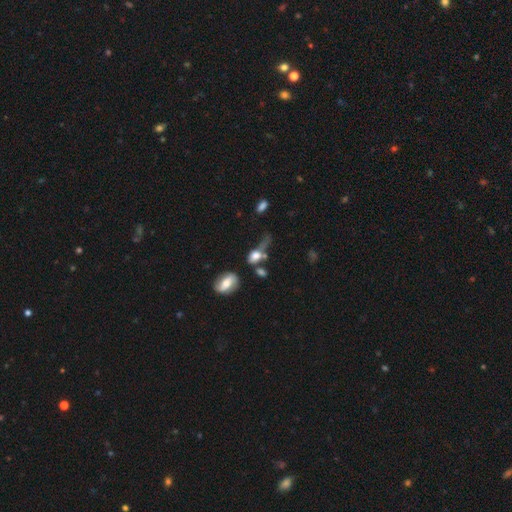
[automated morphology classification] smooth 66%, featured or disk 23%, star or artifact 11%. Down the decision tree: how rounded — in between (65%); merging — major disturbance (29%).